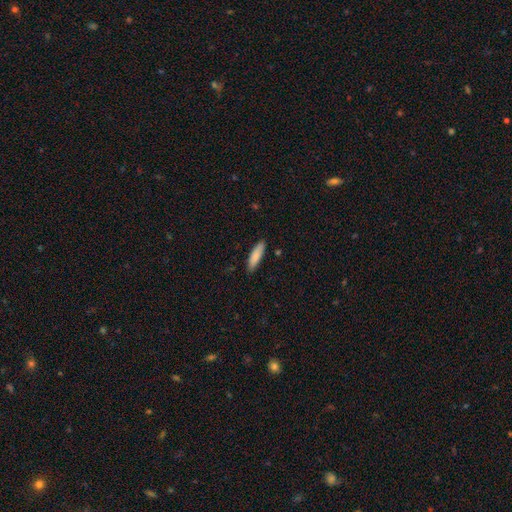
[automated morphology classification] This is clearly a smooth galaxy (87%). How rounded: likely cigar-shaped (62%). Merging: clearly none (87%).